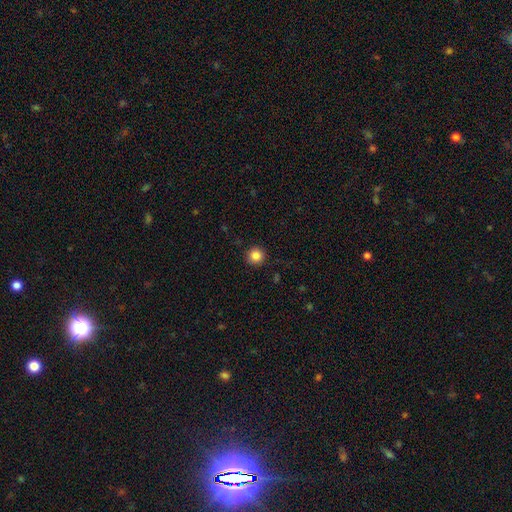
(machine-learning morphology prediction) Overall: smooth (86%). How rounded: round (95%). Merging: none (92%).